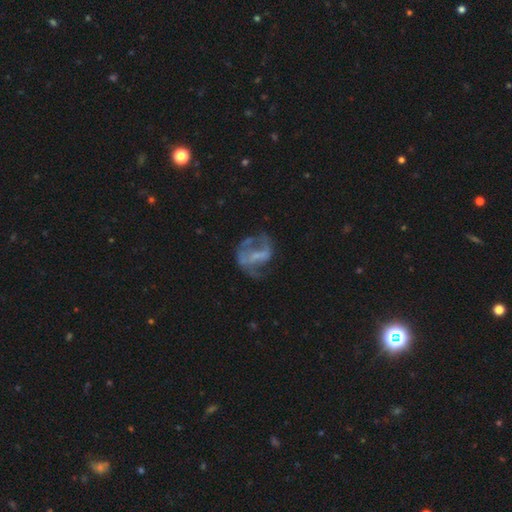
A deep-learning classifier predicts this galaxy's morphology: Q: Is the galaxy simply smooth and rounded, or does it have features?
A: featured or disk — 67%.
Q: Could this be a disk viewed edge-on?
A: no — 97%.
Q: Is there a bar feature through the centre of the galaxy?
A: no — 37%.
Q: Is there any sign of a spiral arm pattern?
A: yes — 55%.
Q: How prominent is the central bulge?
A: none — 49%.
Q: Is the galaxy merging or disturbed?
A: none — 42%.